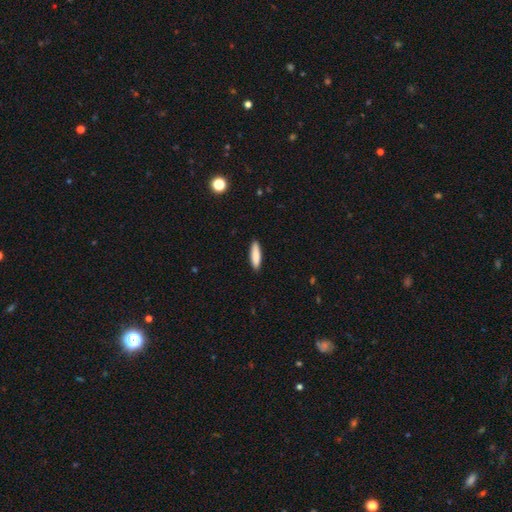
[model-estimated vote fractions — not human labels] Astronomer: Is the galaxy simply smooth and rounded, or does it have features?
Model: smooth — 86%.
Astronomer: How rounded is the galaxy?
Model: cigar-shaped — 71%.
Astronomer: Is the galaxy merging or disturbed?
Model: none — 90%.